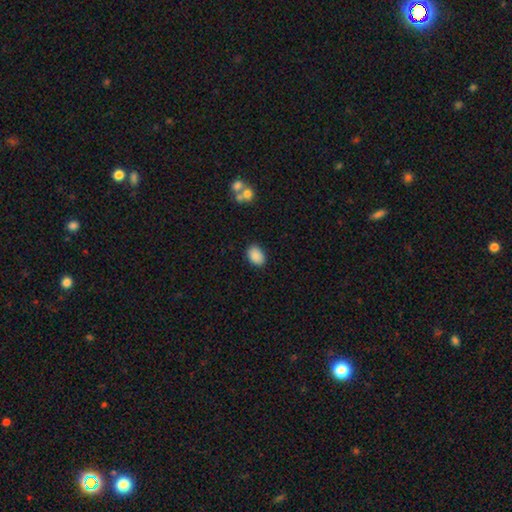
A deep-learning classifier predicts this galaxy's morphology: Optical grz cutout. It shows a smooth galaxy with no disk features (88%) that is in between round and cigar-shaped (86%). Merging: none (86%).